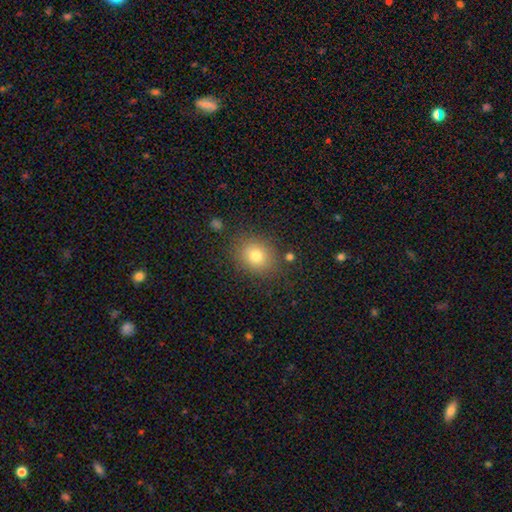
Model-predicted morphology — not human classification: A smooth galaxy with no disk features (78%) that is round (65%). Merging: none (84%).